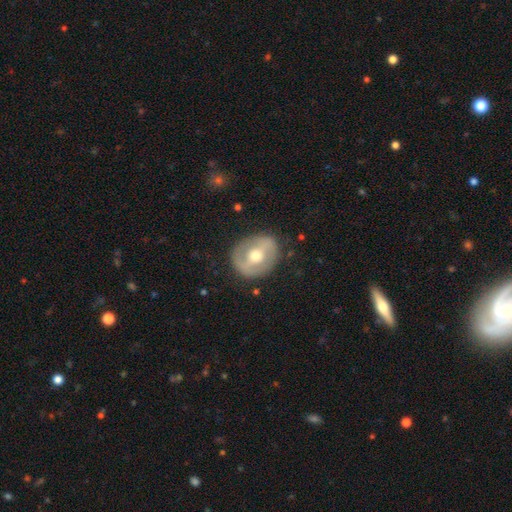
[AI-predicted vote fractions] Q: Smooth or featured?
A: featured or disk (59%); runner-up: smooth (35%)
Q: Edge-on disk?
A: no (94%); runner-up: yes (6%)
Q: Bar?
A: weak (36%); runner-up: strong (33%)
Q: Spiral arms?
A: no (70%); runner-up: yes (30%)
Q: Bulge size?
A: moderate (76%); runner-up: small (15%)
Q: Merging?
A: none (82%); runner-up: minor disturbance (12%)